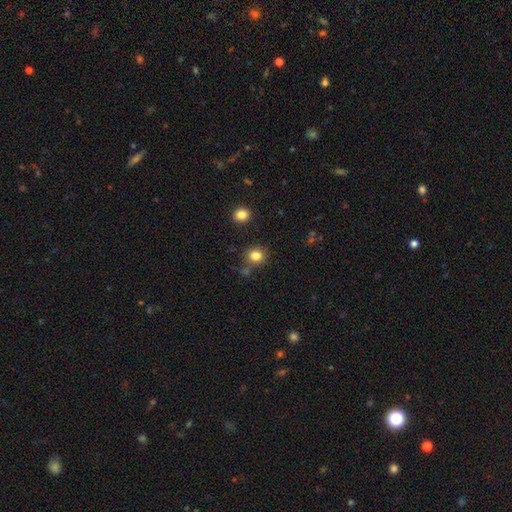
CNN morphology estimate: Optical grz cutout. It shows a smooth galaxy with no disk features (83%) that is round (82%). Merging: none (78%).